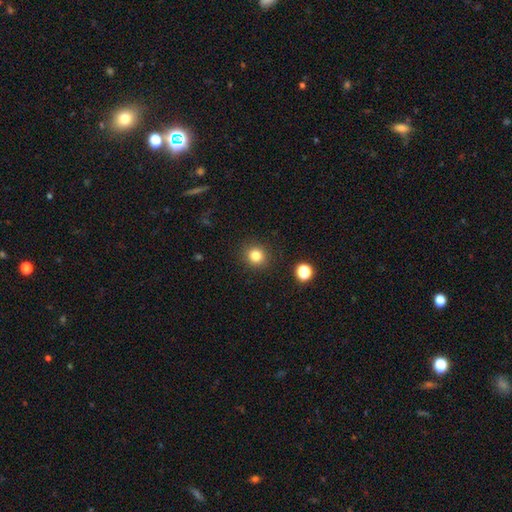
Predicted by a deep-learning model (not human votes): Smooth or featured?
  - smooth: 82% *
  - star or artifact: 13%
  - featured or disk: 5%
How rounded?
  - round: 89% *
  - in between: 10%
  - cigar-shaped: 1%
Merging?
  - none: 90% *
  - minor disturbance: 6%
  - major disturbance: 2%
  - merger: 1%